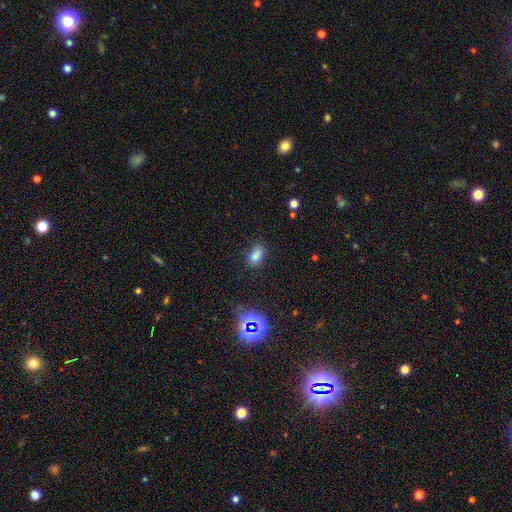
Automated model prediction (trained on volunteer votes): Smooth or featured?
  - smooth: 78% *
  - star or artifact: 16%
  - featured or disk: 6%
How rounded?
  - in between: 85% *
  - round: 12%
  - cigar-shaped: 3%
Merging?
  - none: 79% *
  - minor disturbance: 15%
  - major disturbance: 4%
  - merger: 2%